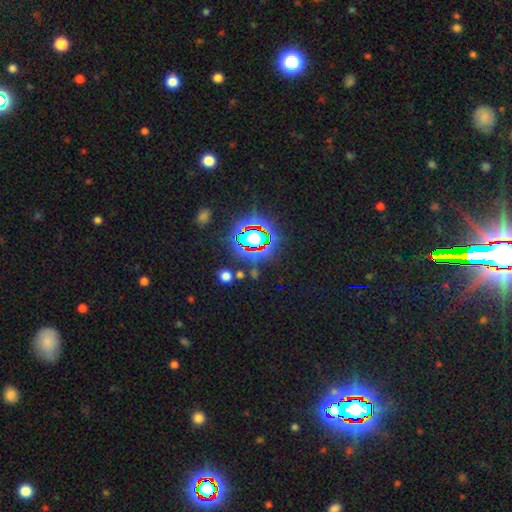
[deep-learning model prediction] Q: Smooth or featured?
A: star or artifact (83%); runner-up: smooth (10%)